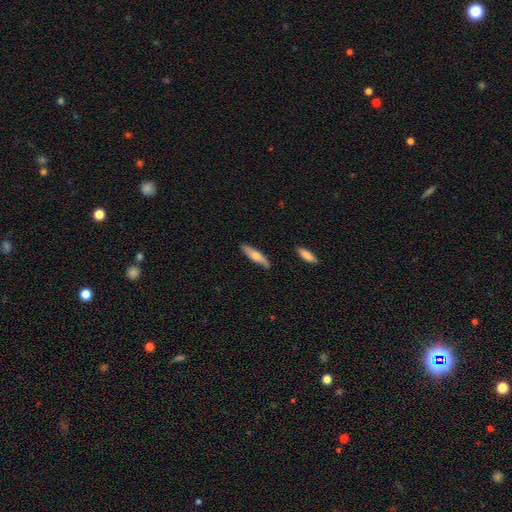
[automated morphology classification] smooth-or-featured: smooth: 66% | featured or disk: 28% | star or artifact: 5%
  how-rounded: cigar-shaped: 78% | in between: 20% | round: 2%
  merging: none: 85% | minor disturbance: 12% | major disturbance: 2% | merger: 2%